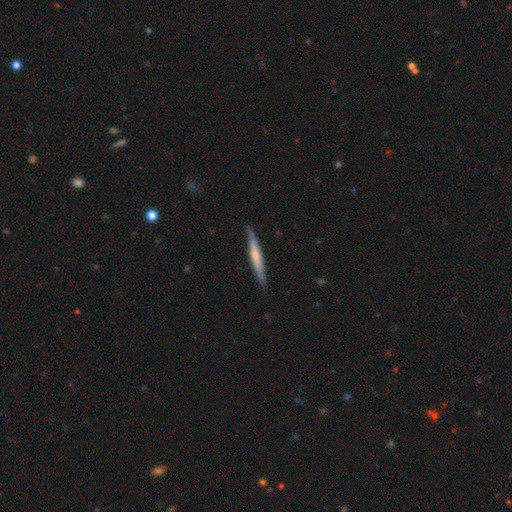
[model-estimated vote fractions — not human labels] The model was most divided on "smooth or featured": smooth: 49%, featured or disk: 46%, star or artifact: 5%. More confident: merging — none (85%).